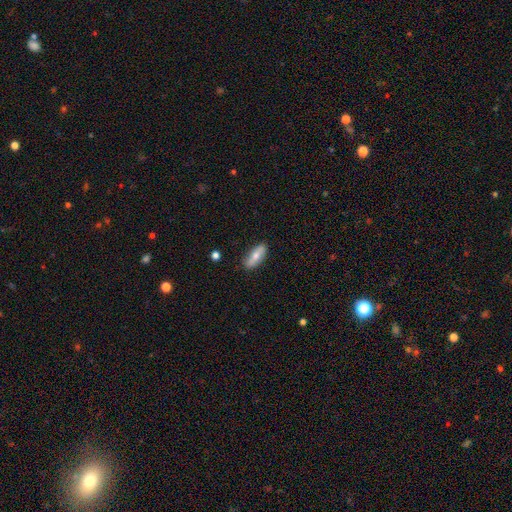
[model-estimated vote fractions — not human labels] Smooth or featured: smooth — 60% (featured or disk — 34%)
How rounded: in between — 67% (cigar-shaped — 30%)
Merging: none — 86% (minor disturbance — 11%)